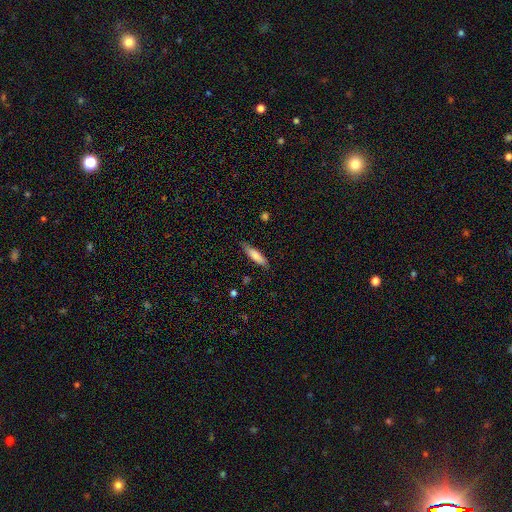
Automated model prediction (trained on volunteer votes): This appears to be a smooth galaxy with no disk features (77%) that is cigar-shaped (69%). Merging: none (80%).